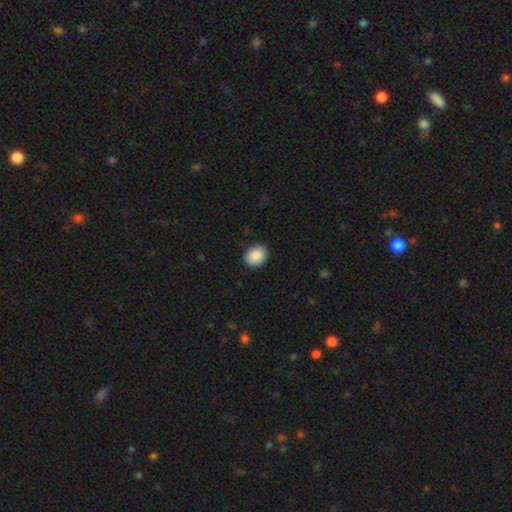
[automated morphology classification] The model was most divided on "how rounded": in between: 52%, round: 47%, cigar-shaped: 1%. More confident: smooth or featured — smooth (90%); merging — none (89%).